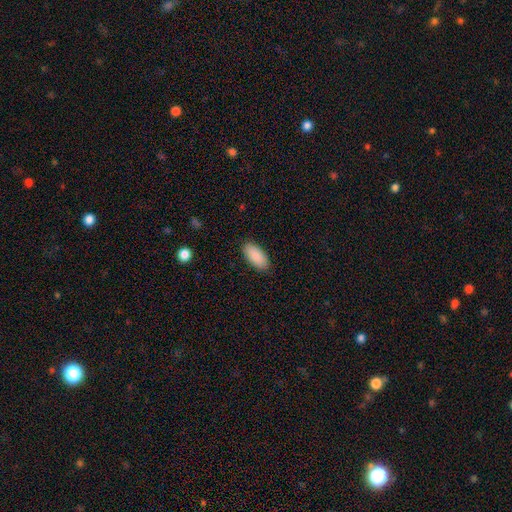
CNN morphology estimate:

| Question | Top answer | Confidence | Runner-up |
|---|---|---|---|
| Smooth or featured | smooth | 90% | star or artifact (6%) |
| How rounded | in between | 91% | cigar-shaped (7%) |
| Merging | none | 88% | minor disturbance (9%) |